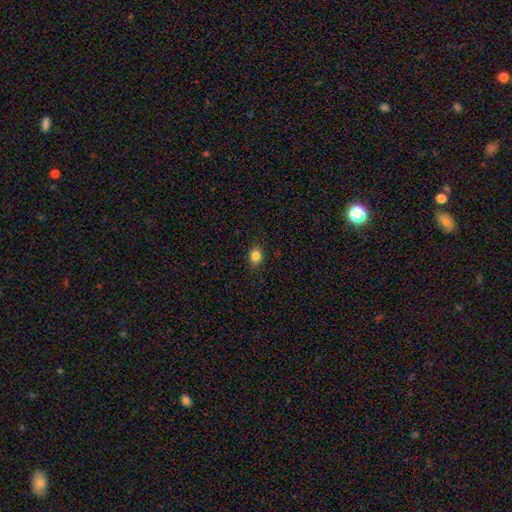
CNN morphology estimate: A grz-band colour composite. It shows a smooth galaxy with no disk features (85%) that is in between round and cigar-shaped (63%). Merging: none (88%).